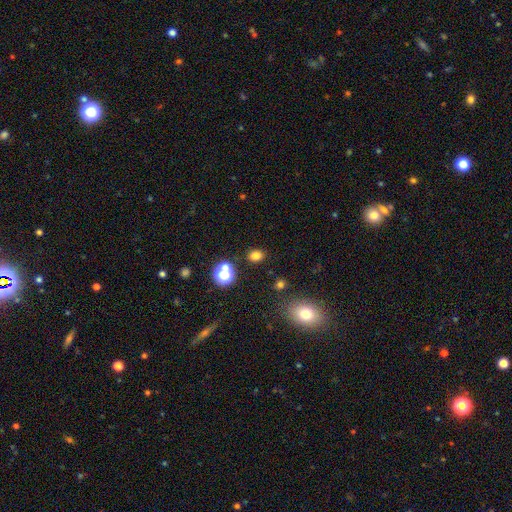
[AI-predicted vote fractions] This is likely a smooth galaxy (76%). How rounded: possibly round (54%). Merging: clearly none (85%).